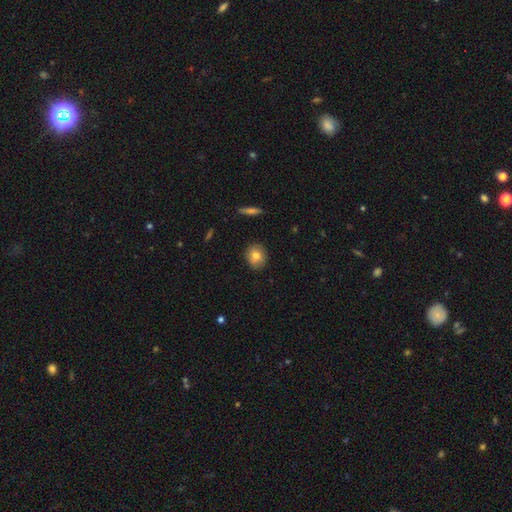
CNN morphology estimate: Smooth or featured? smooth (78%)
How rounded? round (77%)
Merging? none (87%)